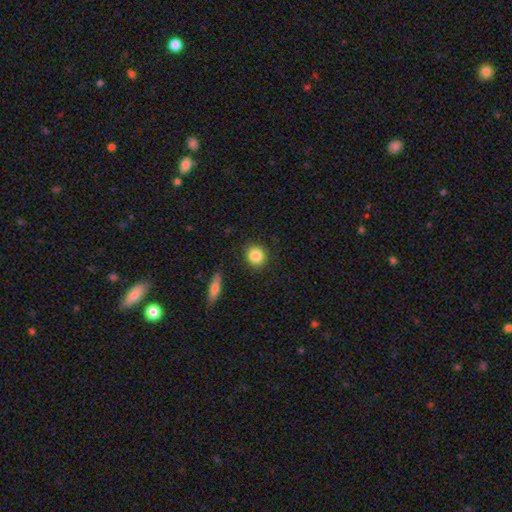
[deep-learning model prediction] Smooth or featured: smooth — 86% (star or artifact — 8%)
How rounded: round — 83% (in between — 15%)
Merging: none — 87% (minor disturbance — 9%)